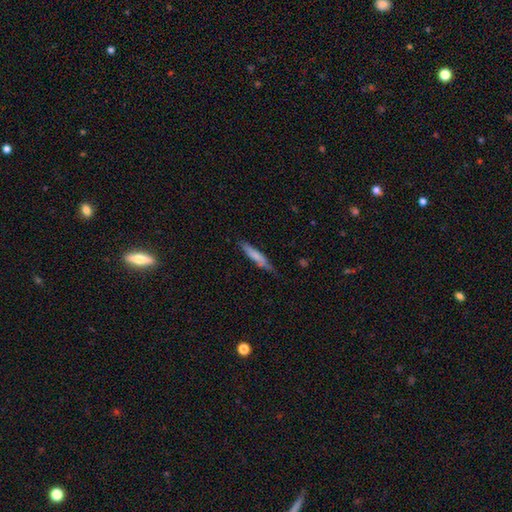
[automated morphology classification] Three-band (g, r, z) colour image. It shows a smooth galaxy with no disk features (69%) that is cigar-shaped (86%). Merging: none (69%).